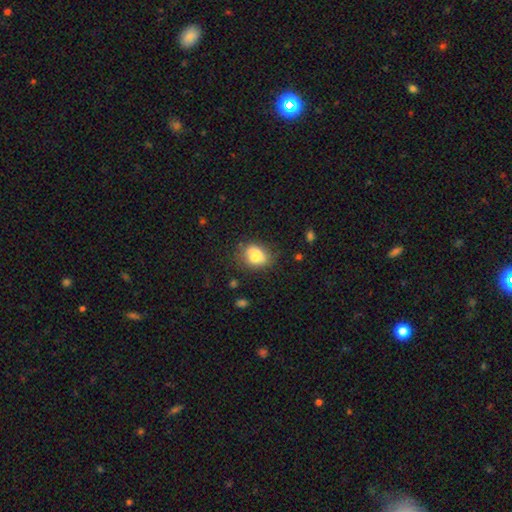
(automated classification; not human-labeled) The model was most divided on "how rounded": in between: 52%, round: 47%, cigar-shaped: 1%. Remaining: smooth or featured — smooth (72%); merging — none (48%).